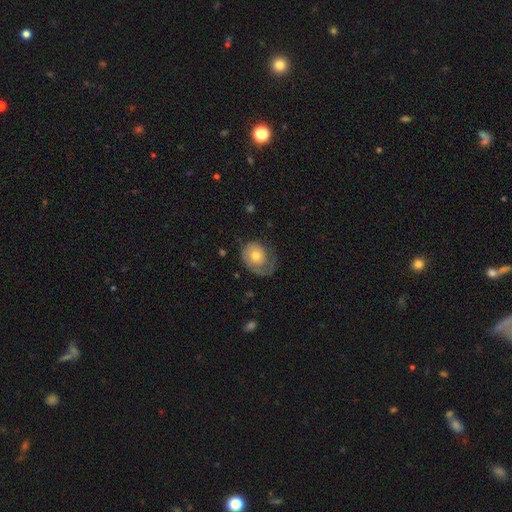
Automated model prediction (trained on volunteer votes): featured or disk 49%, smooth 45%, star or artifact 7%. Down the decision tree: merging — none (44%).